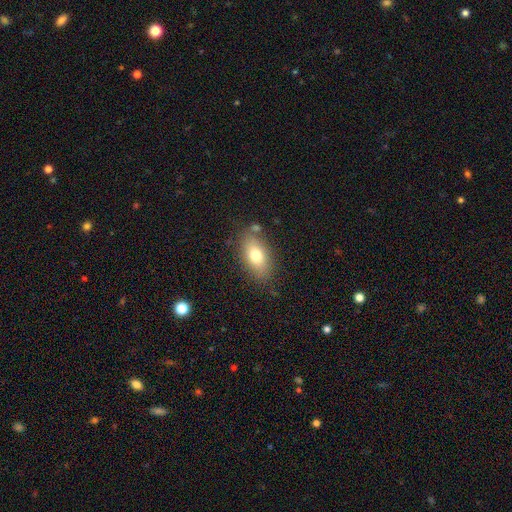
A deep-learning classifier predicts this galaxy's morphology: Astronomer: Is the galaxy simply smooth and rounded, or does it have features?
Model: smooth — 73%.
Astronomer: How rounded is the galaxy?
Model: in between — 87%.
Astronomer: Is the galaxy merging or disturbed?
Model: none — 77%.